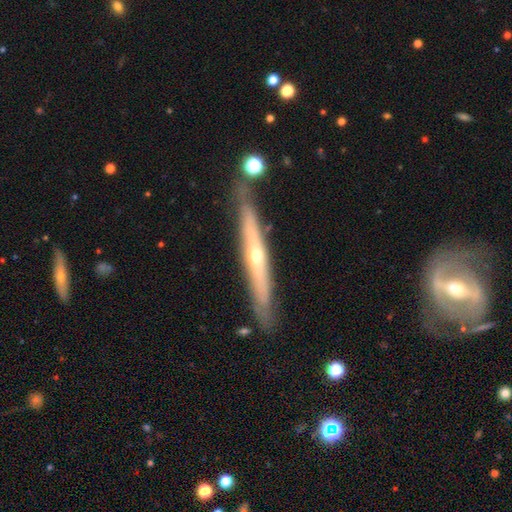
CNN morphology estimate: Smooth or featured: featured or disk — 71% (smooth — 23%)
Edge-on disk: yes — 93% (no — 7%)
Edge-on bulge: rounded — 73% (none — 24%)
Merging: none — 82% (minor disturbance — 12%)